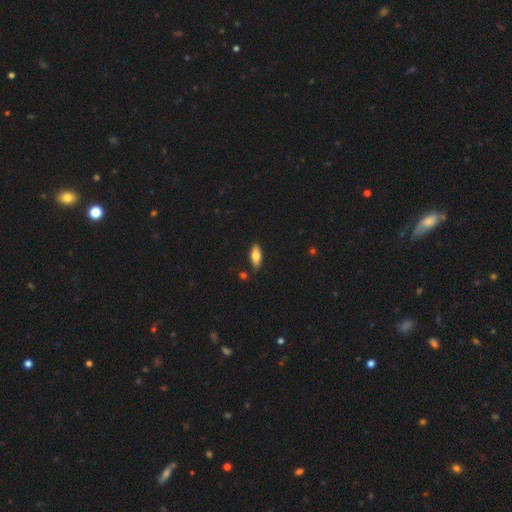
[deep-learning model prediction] smooth 69%, featured or disk 24%, star or artifact 6%. Down the decision tree: how rounded — in between (78%); merging — none (82%).